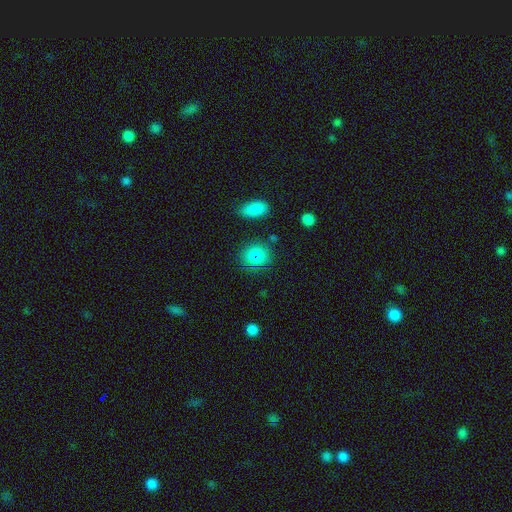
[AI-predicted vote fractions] smooth_or_featured: smooth (p=0.80) [alt: star or artifact p=0.13]
how_rounded: round (p=0.73) [alt: in between p=0.25]
merging: none (p=0.82) [alt: minor disturbance p=0.10]